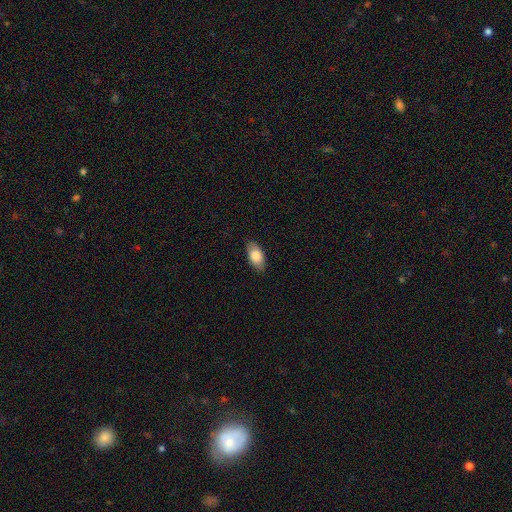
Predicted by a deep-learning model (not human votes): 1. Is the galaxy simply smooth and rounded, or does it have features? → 83% smooth, 11% featured or disk, 6% star or artifact.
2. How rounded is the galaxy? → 92% in between, 4% cigar-shaped, 4% round.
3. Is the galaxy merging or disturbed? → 86% none, 11% minor disturbance, 2% major disturbance, 1% merger.